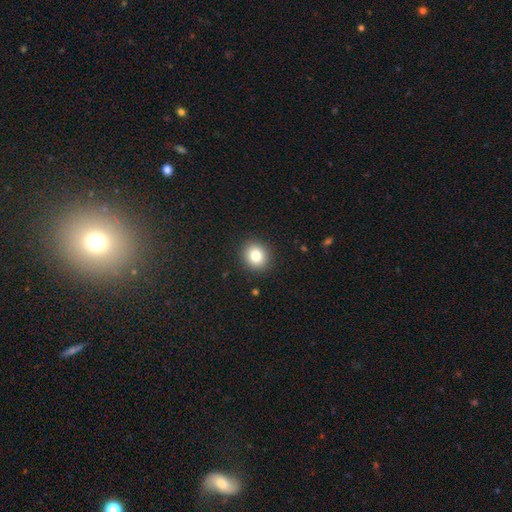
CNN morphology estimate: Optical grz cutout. It shows a smooth galaxy with no disk features (81%) that is round (83%). Merging: none (91%).